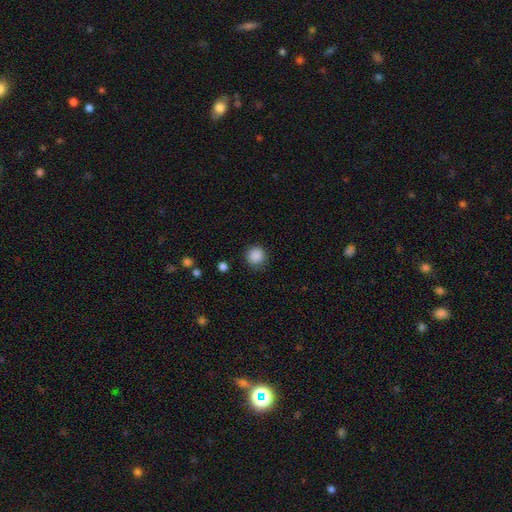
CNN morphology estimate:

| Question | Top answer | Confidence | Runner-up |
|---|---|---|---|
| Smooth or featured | smooth | 87% | star or artifact (10%) |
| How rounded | round | 93% | in between (6%) |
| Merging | none | 86% | minor disturbance (10%) |